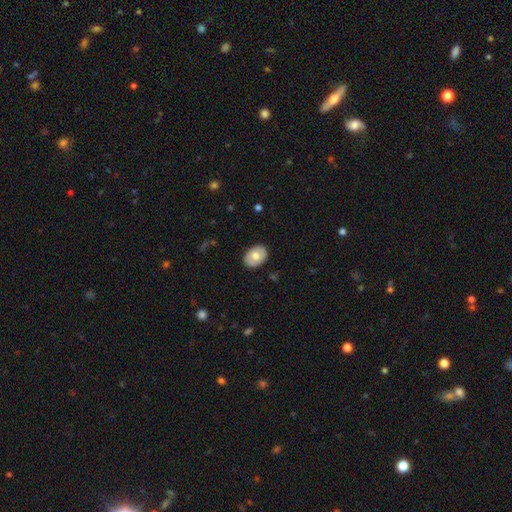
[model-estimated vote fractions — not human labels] Morphology: type=smooth (64%); roundness=in between (75%); merging=none (87%).